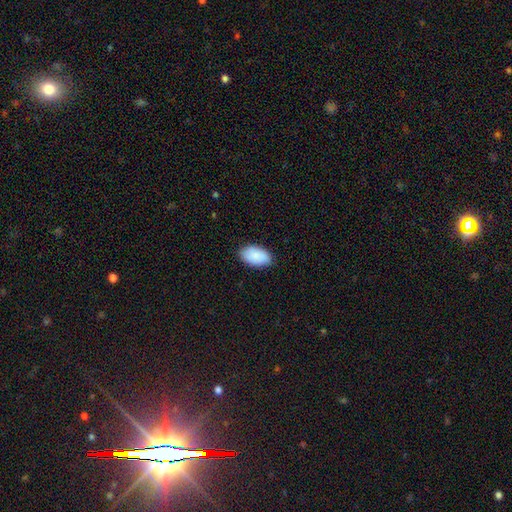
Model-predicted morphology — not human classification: Smooth or featured: smooth — 89% (star or artifact — 6%)
How rounded: in between — 96% (round — 3%)
Merging: none — 85% (minor disturbance — 12%)